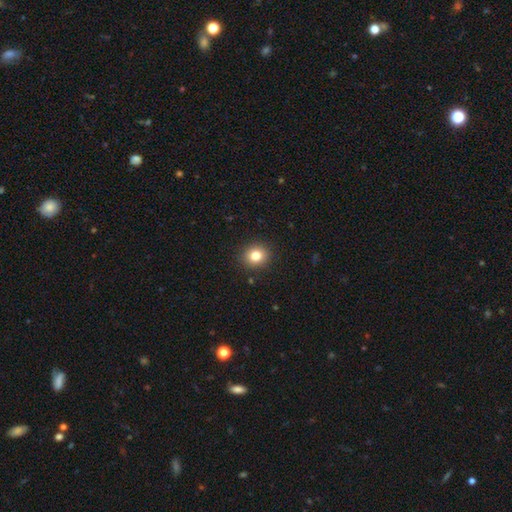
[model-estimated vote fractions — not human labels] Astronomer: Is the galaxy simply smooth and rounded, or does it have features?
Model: smooth — 80%.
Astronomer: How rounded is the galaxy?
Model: round — 80%.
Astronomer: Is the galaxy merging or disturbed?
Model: none — 90%.